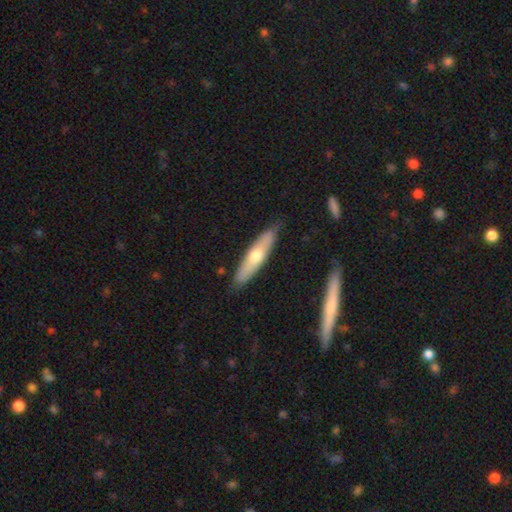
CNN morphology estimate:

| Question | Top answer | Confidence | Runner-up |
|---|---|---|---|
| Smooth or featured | smooth | 50% | featured or disk (44%) |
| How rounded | cigar-shaped | 75% | in between (23%) |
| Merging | none | 86% | minor disturbance (10%) |